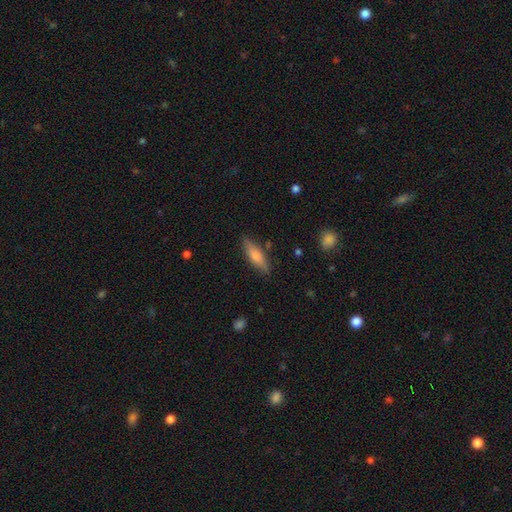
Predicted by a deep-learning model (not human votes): smooth 69%, featured or disk 25%, star or artifact 6%. Down the decision tree: how rounded — cigar-shaped (59%); merging — none (83%).